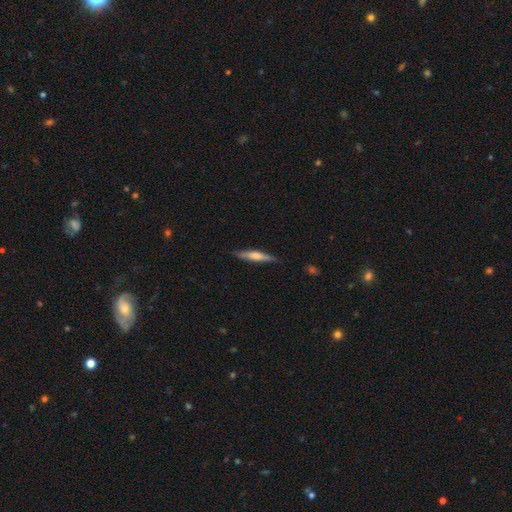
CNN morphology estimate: Smooth or featured? featured or disk (54%)
Edge-on disk? yes (96%)
Edge-on bulge? rounded (74%)
Merging? none (88%)